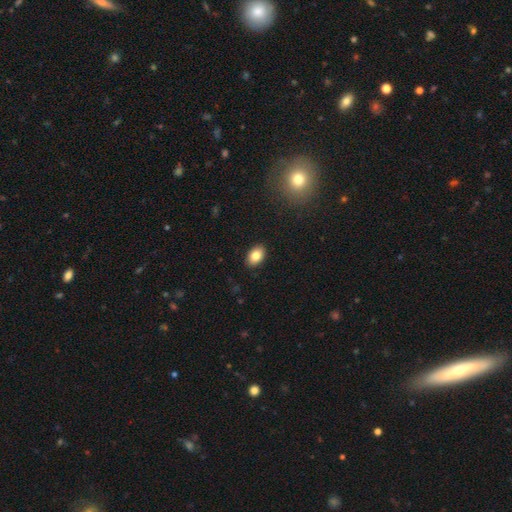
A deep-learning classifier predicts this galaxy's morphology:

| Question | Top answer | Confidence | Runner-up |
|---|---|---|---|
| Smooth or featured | smooth | 83% | featured or disk (9%) |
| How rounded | in between | 86% | round (13%) |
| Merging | none | 90% | minor disturbance (7%) |